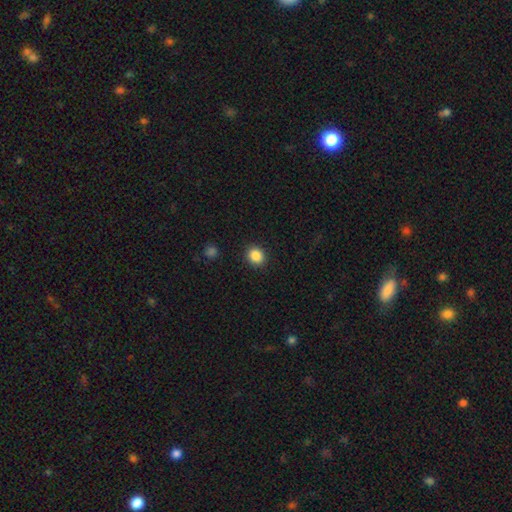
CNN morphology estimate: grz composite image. It shows a smooth galaxy with no disk features (87%) that is round (73%). Merging: none (91%).